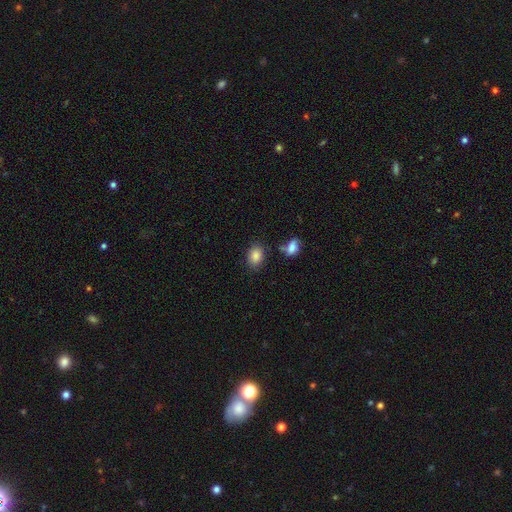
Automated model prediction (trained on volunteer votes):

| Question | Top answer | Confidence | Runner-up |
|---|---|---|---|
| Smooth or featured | smooth | 86% | star or artifact (9%) |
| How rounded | in between | 67% | round (32%) |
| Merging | none | 77% | minor disturbance (13%) |